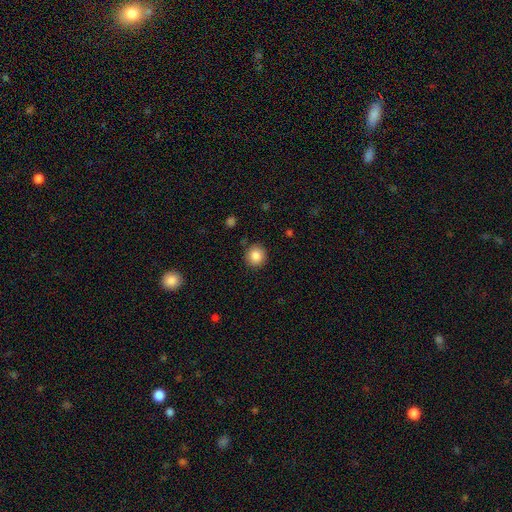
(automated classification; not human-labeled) A smooth galaxy with no disk features (85%) that is round (92%). Merging: none (90%).